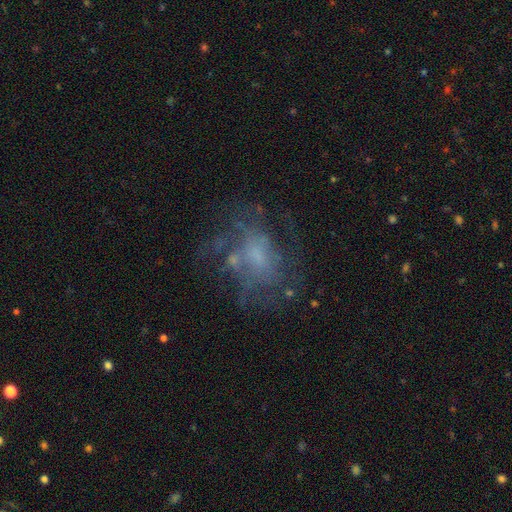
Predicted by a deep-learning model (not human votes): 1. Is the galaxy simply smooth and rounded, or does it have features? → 62% featured or disk, 23% smooth, 14% star or artifact.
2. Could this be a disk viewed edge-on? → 97% no, 3% yes.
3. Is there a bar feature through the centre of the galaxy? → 71% no, 25% weak, 4% strong.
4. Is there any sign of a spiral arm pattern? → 56% yes, 44% no.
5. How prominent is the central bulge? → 36% small, 29% moderate, 28% none, 5% large, 1% dominant.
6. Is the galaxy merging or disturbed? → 53% none, 23% major disturbance, 18% minor disturbance, 5% merger.